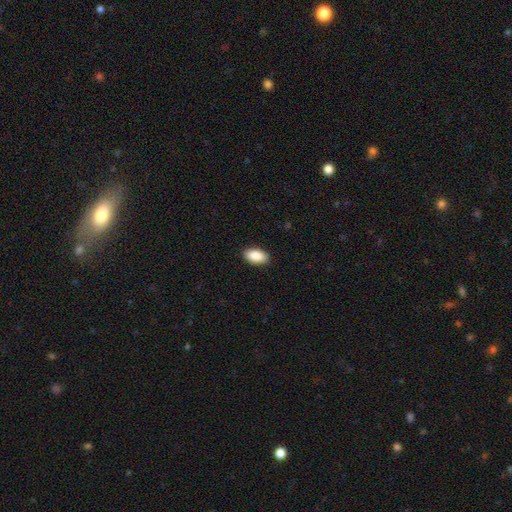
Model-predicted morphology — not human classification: Smooth or featured: smooth — 89% (star or artifact — 6%)
How rounded: in between — 94% (round — 4%)
Merging: none — 89% (minor disturbance — 8%)